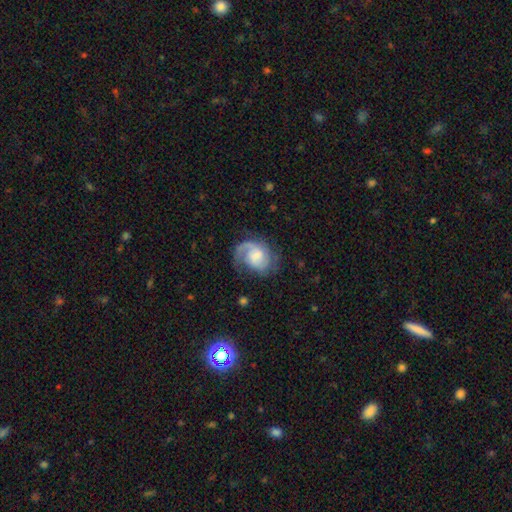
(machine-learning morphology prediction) This appears to be a featured or disk galaxy (76%) with no bar (47%), 2 (45%) medium (45%) spiral arms (94%) and a small central bulge (37%). Merging: none (59%).